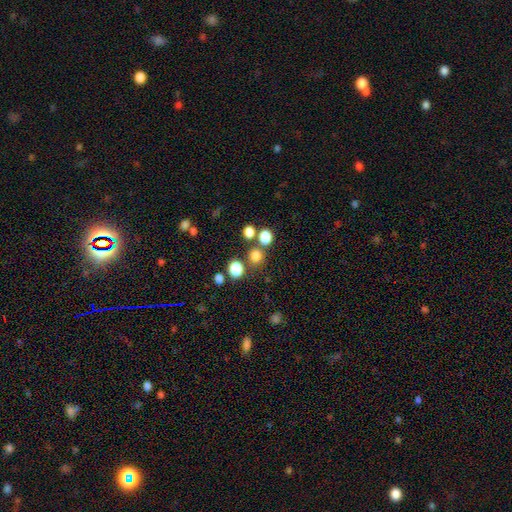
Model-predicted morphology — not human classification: smooth 77%, star or artifact 18%, featured or disk 5%. Down the decision tree: how rounded — round (88%); merging — none (74%).